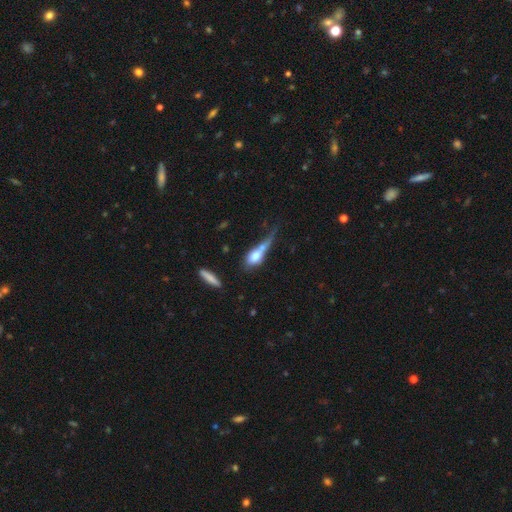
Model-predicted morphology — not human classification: Q: Smooth or featured?
A: smooth (66%); runner-up: featured or disk (26%)
Q: How rounded?
A: in between (58%); runner-up: cigar-shaped (28%)
Q: Merging?
A: merger (35%); runner-up: major disturbance (26%)